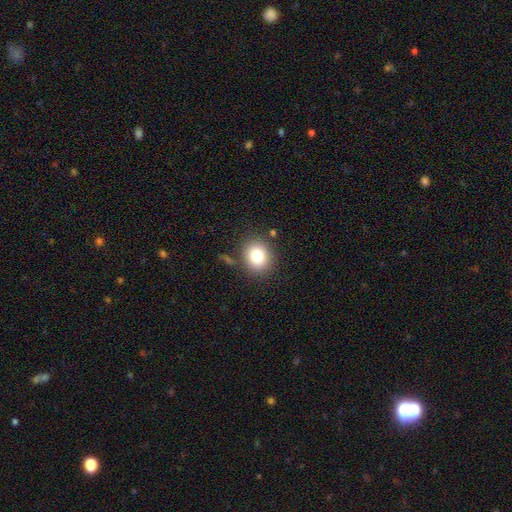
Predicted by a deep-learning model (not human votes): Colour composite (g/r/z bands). It shows a smooth galaxy with no disk features (82%) that is round (69%). Merging: none (83%).